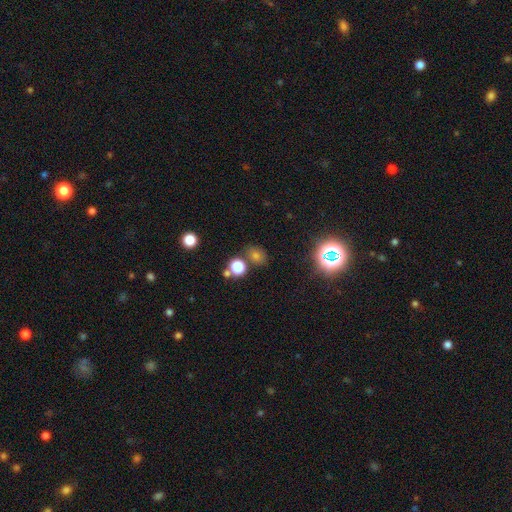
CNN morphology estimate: The model was most divided on "how rounded": round: 56%, in between: 43%, cigar-shaped: 1%. More confident: merging — none (73%); smooth or featured — smooth (65%).